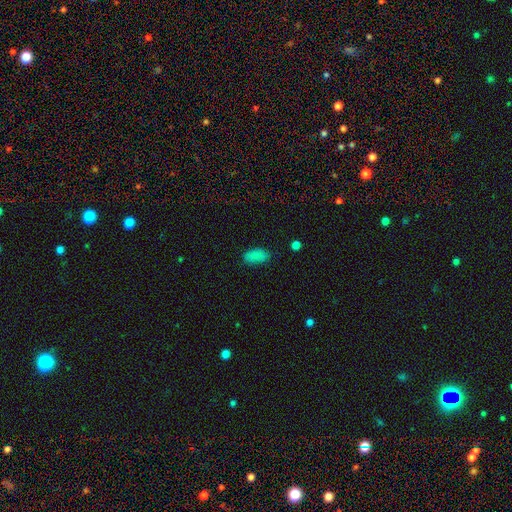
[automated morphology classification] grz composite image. It shows a smooth galaxy with no disk features (84%) that is in between round and cigar-shaped (92%). Merging: none (80%).